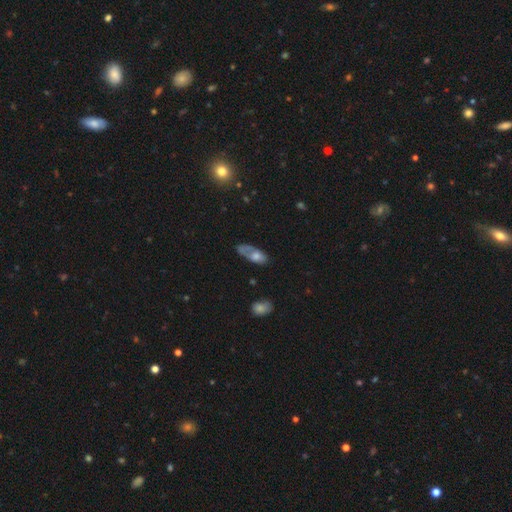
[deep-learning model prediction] Smooth or featured: smooth — 49% (featured or disk — 42%)
Merging: none — 40% (minor disturbance — 28%)